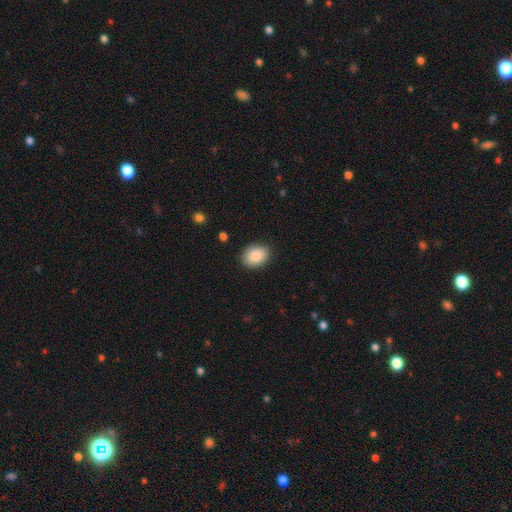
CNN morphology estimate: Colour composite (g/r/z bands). It shows a smooth galaxy with no disk features (86%) that is in between round and cigar-shaped (57%). Merging: none (89%).